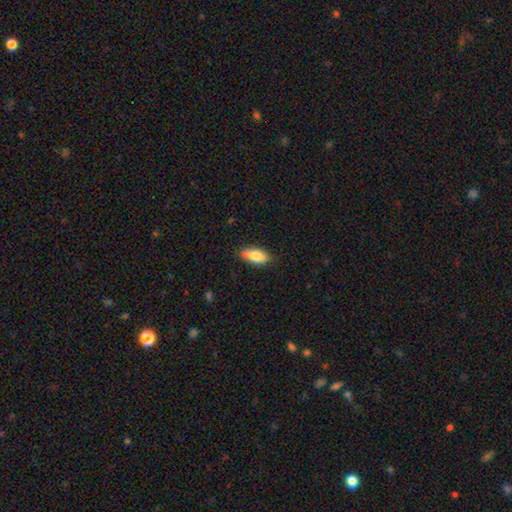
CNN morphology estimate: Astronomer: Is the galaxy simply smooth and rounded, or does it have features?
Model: smooth — 81%.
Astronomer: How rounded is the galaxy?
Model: in between — 87%.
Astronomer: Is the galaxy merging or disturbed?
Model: none — 71%.